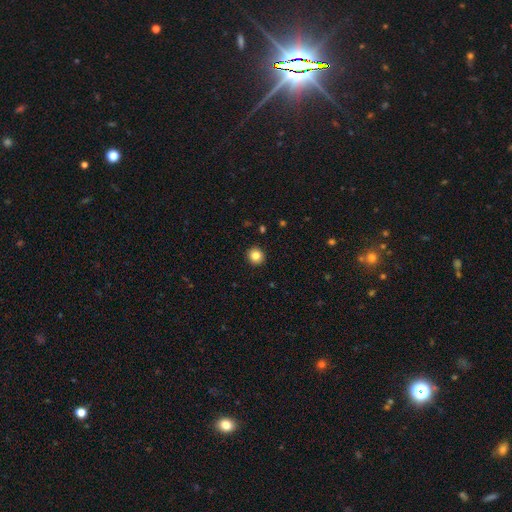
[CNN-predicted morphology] type=smooth (83%); roundness=round (92%); merging=none (93%).